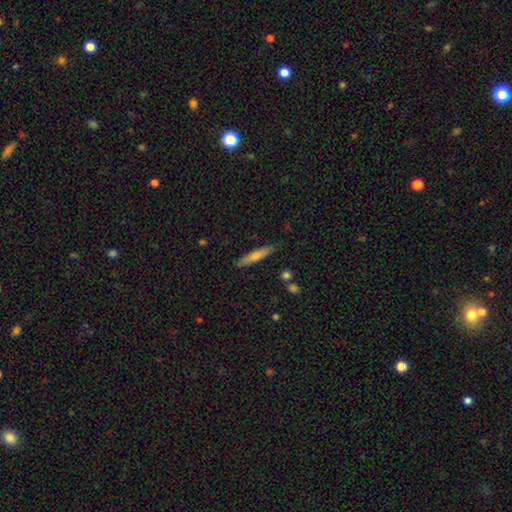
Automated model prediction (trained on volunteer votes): This is possibly a smooth galaxy (54%). How rounded: clearly cigar-shaped (90%). Merging: clearly none (87%).